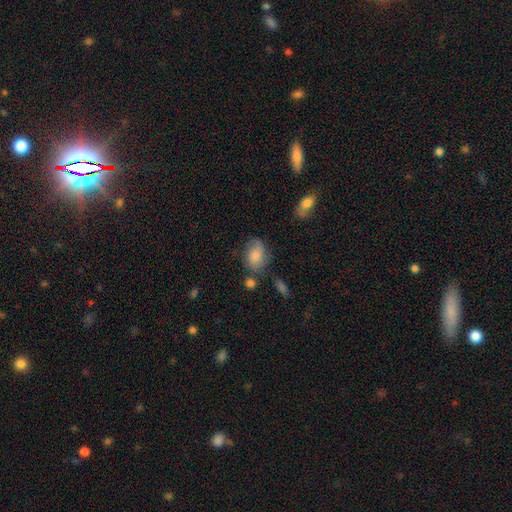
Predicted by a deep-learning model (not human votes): Q: Smooth or featured?
A: smooth (74%); runner-up: featured or disk (19%)
Q: How rounded?
A: in between (79%); runner-up: round (19%)
Q: Merging?
A: none (57%); runner-up: minor disturbance (26%)